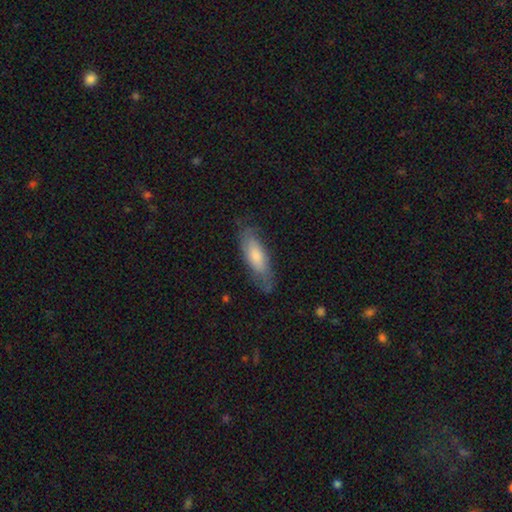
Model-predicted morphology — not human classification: smooth 66%, featured or disk 28%, star or artifact 6%. Down the decision tree: how rounded — in between (54%); merging — none (71%).